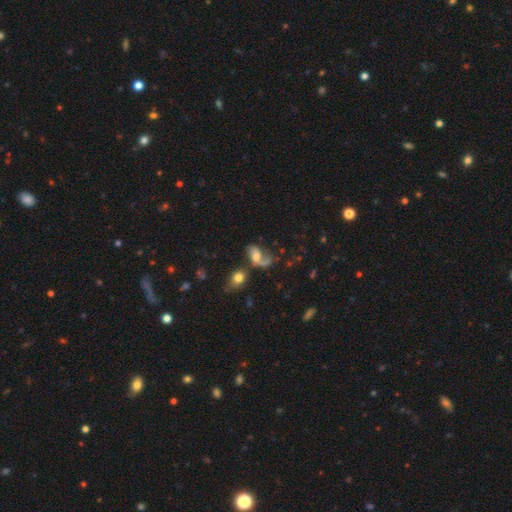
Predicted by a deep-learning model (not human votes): A featured or disk galaxy (63%) with no bar (54%), 2 (56%) loose (62%) spiral arms (86%) and a moderate central bulge (43%). Merging: none (35%).